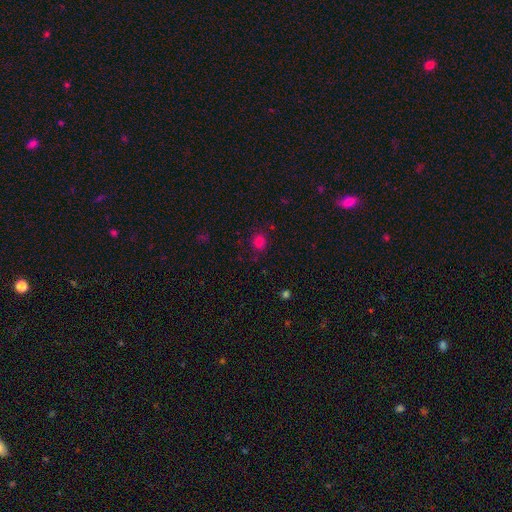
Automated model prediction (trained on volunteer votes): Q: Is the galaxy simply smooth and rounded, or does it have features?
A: smooth — 78%.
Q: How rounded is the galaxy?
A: round — 86%.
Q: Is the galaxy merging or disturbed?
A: none — 87%.